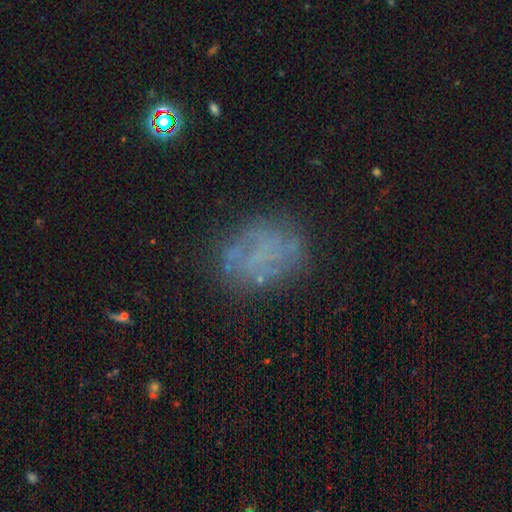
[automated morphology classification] A smooth galaxy with no disk features (40%). Merging: none (72%).